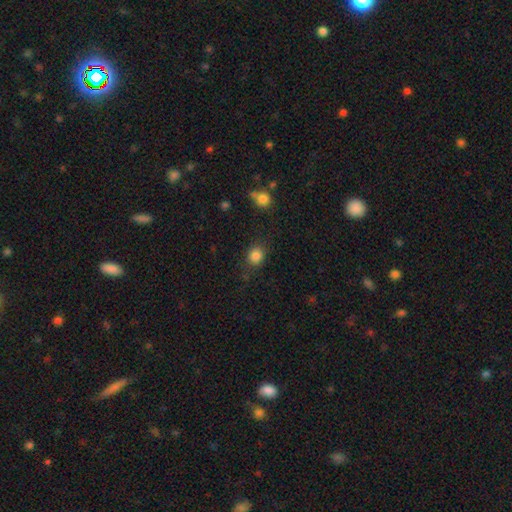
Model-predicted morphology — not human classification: Overall: smooth (84%). How rounded: round (70%). Merging: none (82%).